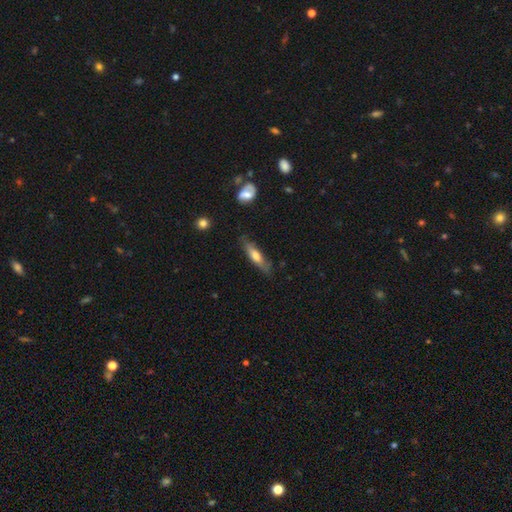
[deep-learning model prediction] Smooth or featured? Predicted: smooth (p=0.57). How rounded? Predicted: cigar-shaped (p=0.69). Merging? Predicted: none (p=0.75).